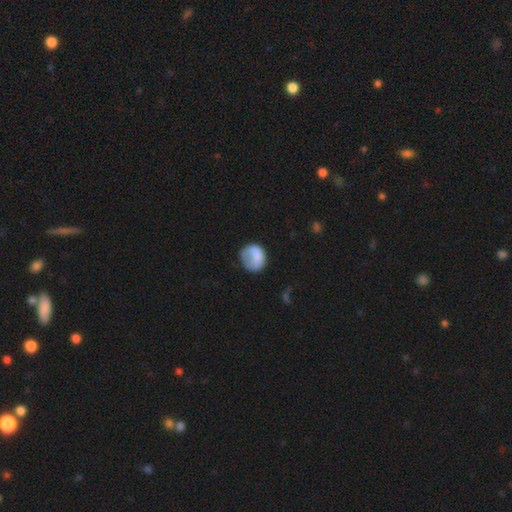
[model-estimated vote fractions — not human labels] Morphology: type=smooth (77%); roundness=round (70%); merging=none (48%).